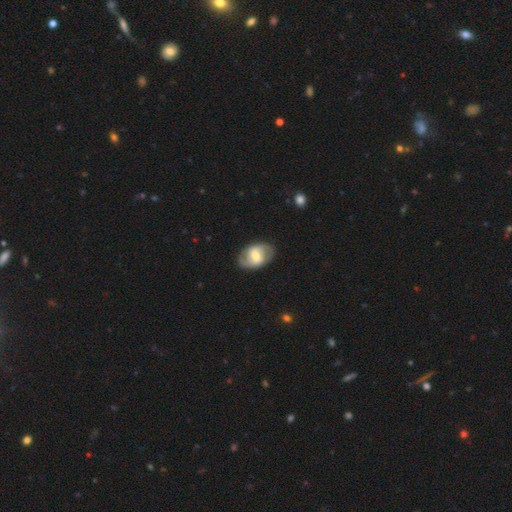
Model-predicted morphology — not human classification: This appears to be a featured or disk galaxy (65%) with a weak bar (47%), spiral arms (77%) and a moderate central bulge (59%). Merging: none (82%).